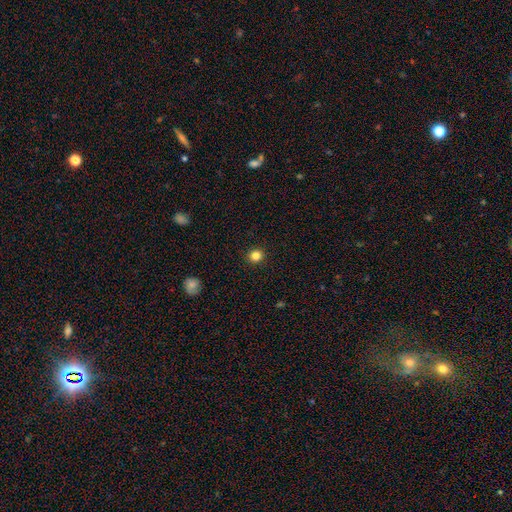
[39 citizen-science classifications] Smooth or featured: smooth — 85% (star or artifact — 10%)
How rounded: round — 97% (in between — 3%)
Merging: none — 86% (minor disturbance — 11%)